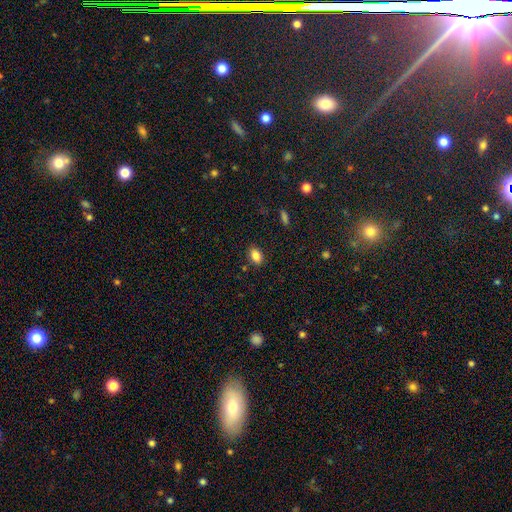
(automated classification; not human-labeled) Morphology: type=smooth (85%); roundness=in between (83%); merging=none (85%).